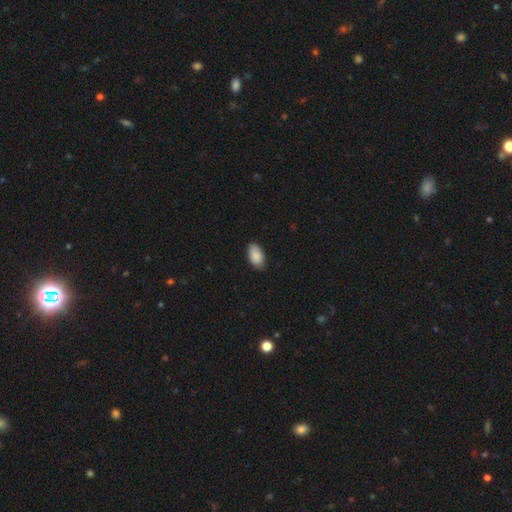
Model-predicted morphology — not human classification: Smooth or featured?
  - smooth: 88% *
  - star or artifact: 6%
  - featured or disk: 5%
How rounded?
  - in between: 94% *
  - round: 4%
  - cigar-shaped: 2%
Merging?
  - none: 82% *
  - minor disturbance: 15%
  - major disturbance: 2%
  - merger: 1%